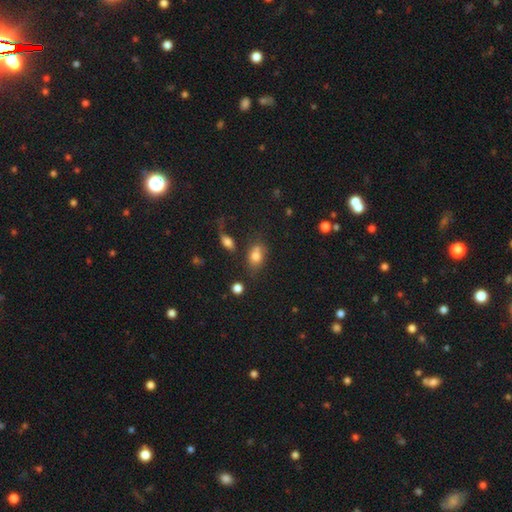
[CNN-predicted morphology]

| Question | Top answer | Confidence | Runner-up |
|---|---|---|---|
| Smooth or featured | smooth | 76% | featured or disk (12%) |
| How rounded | in between | 70% | round (28%) |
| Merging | none | 47% | merger (23%) |